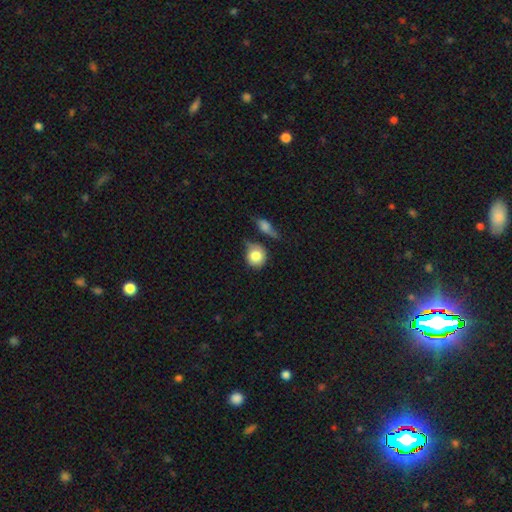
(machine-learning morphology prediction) This appears to be a smooth galaxy with no disk features (81%) that is round (82%). Merging: none (51%).